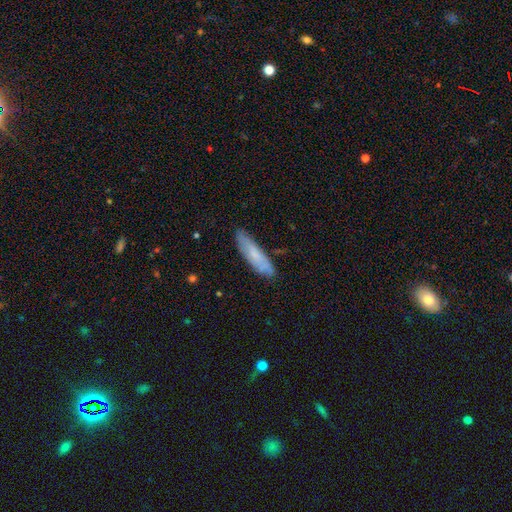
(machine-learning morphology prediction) Smooth or featured: smooth — 67% (featured or disk — 27%)
How rounded: cigar-shaped — 75% (in between — 24%)
Merging: none — 80% (minor disturbance — 16%)